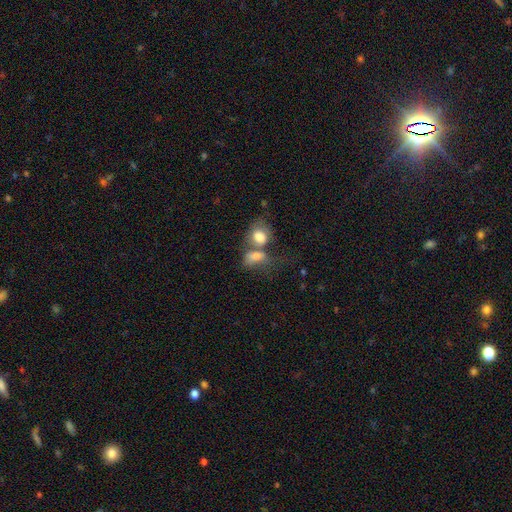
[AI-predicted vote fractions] Q: Smooth or featured?
A: smooth (70%); runner-up: featured or disk (19%)
Q: How rounded?
A: in between (66%); runner-up: round (31%)
Q: Merging?
A: merger (60%); runner-up: none (21%)